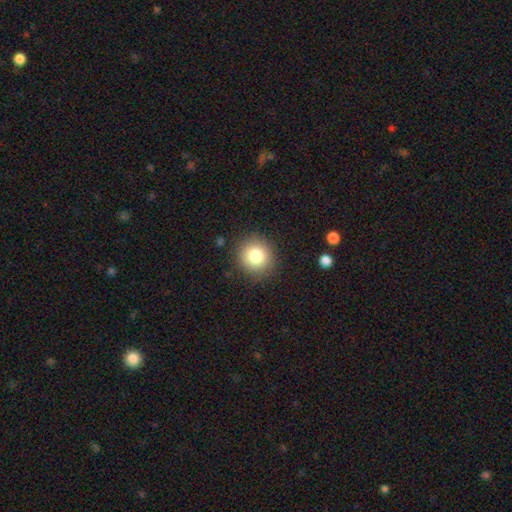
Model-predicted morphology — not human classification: Q: Smooth or featured?
A: smooth (81%); runner-up: star or artifact (11%)
Q: How rounded?
A: round (91%); runner-up: in between (8%)
Q: Merging?
A: none (88%); runner-up: minor disturbance (8%)